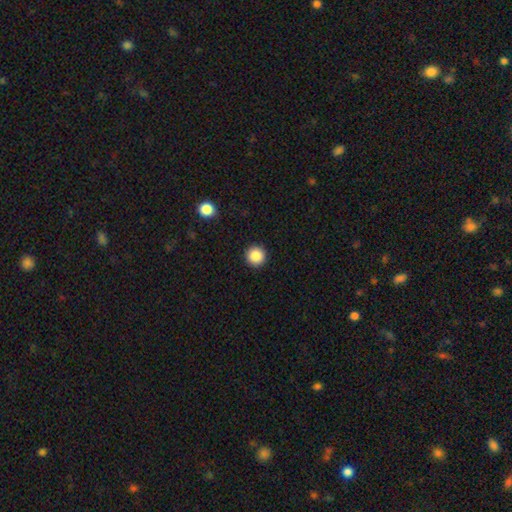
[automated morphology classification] smooth-or-featured: smooth: 87% | star or artifact: 10% | featured or disk: 4%
  how-rounded: round: 96% | in between: 3% | cigar-shaped: 1%
  merging: none: 93% | minor disturbance: 4% | major disturbance: 2% | merger: 1%